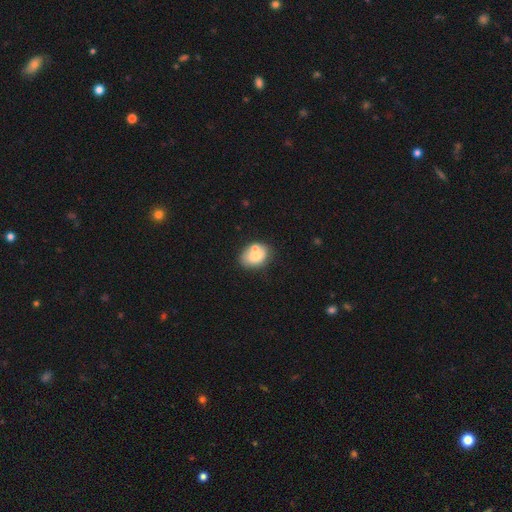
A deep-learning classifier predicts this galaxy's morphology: Overall: smooth (72%). How rounded: in between (68%; round 31%). Merging: none (52%; merger 25%).